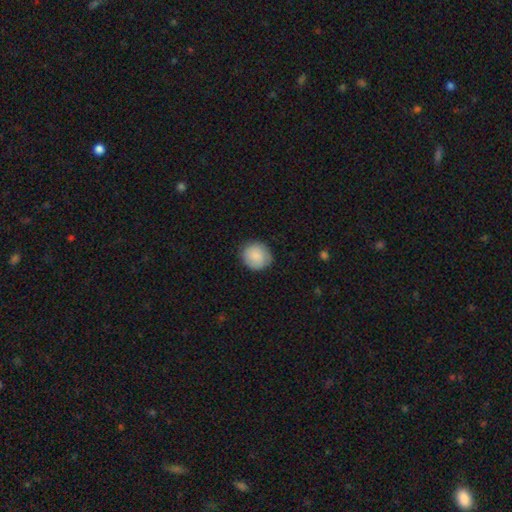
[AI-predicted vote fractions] smooth 87%, featured or disk 7%, star or artifact 6%. Down the decision tree: how rounded — round (89%); merging — none (85%).